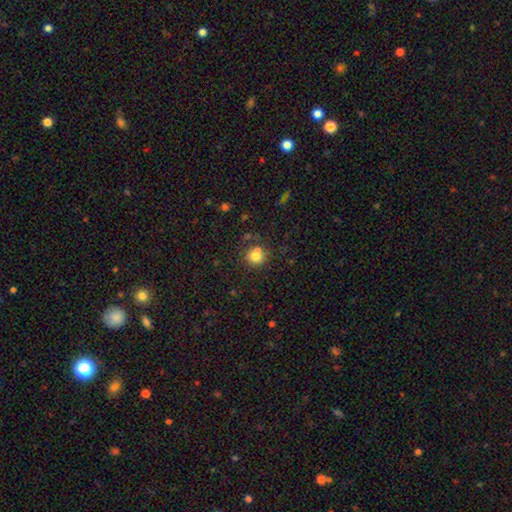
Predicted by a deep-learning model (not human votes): Q: Smooth or featured?
A: smooth (78%); runner-up: star or artifact (13%)
Q: How rounded?
A: round (89%); runner-up: in between (10%)
Q: Merging?
A: none (67%); runner-up: merger (16%)